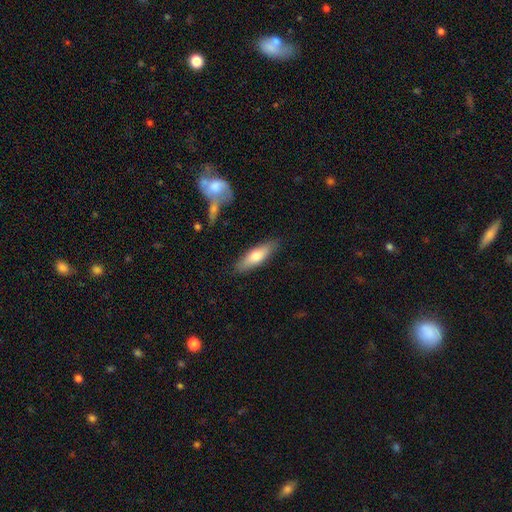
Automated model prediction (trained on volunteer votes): Smooth or featured? smooth (67%)
How rounded? cigar-shaped (55%)
Merging? none (85%)